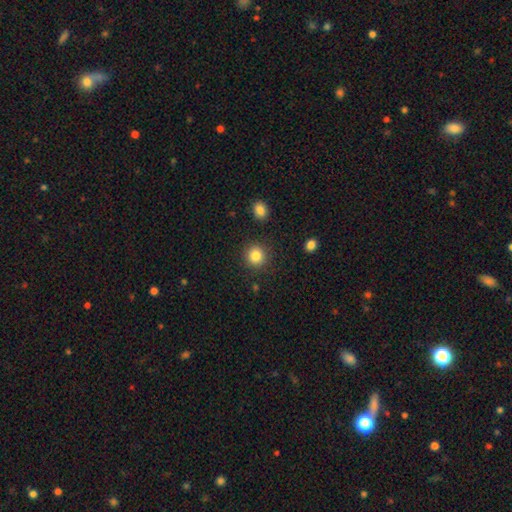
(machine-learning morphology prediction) Smooth or featured: smooth — 84% (star or artifact — 10%)
How rounded: round — 92% (in between — 7%)
Merging: none — 89% (minor disturbance — 6%)